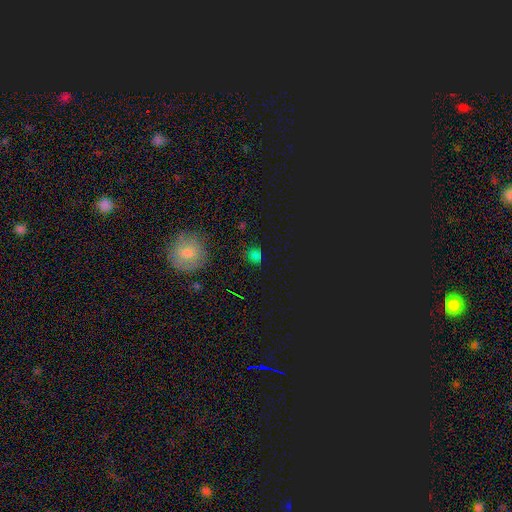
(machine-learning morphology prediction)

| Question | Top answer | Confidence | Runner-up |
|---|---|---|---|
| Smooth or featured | smooth | 58% | star or artifact (36%) |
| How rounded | round | 77% | in between (22%) |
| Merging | none | 83% | minor disturbance (11%) |